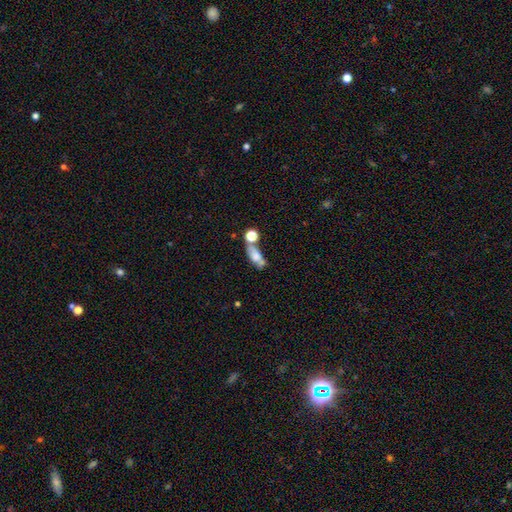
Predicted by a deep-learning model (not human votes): Overall: smooth (63%; featured or disk 25%). How rounded: in between (70%). Merging: none (39%; merger 33%).